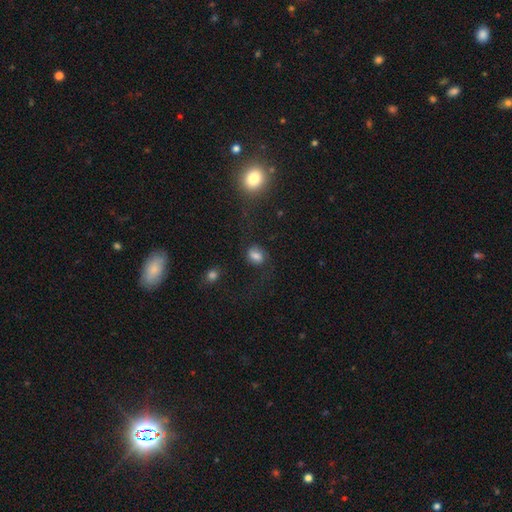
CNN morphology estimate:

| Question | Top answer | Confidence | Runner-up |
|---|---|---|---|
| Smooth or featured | smooth | 66% | featured or disk (20%) |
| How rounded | in between | 51% | round (48%) |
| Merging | none | 63% | minor disturbance (18%) |